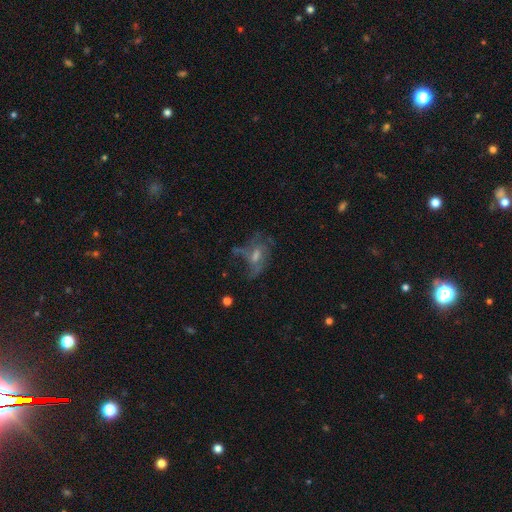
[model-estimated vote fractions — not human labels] The model was most divided on "merging": none: 40%, major disturbance: 34%, minor disturbance: 20%, merger: 6%. Remaining: edge-on disk — no (93%); bar — no (63%); spiral arms — no (55%); smooth or featured — featured or disk (55%); bulge size — moderate (46%).